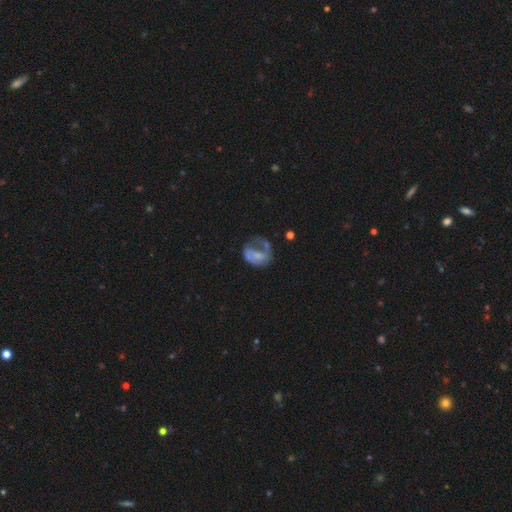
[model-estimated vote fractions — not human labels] Smooth or featured? Predicted: featured or disk (p=0.54). Edge-on disk? Predicted: no (p=0.98). Bar? Predicted: no (p=0.66). Spiral arms? Predicted: no (p=0.58). Bulge size? Predicted: none (p=0.46). Merging? Predicted: major disturbance (p=0.44).